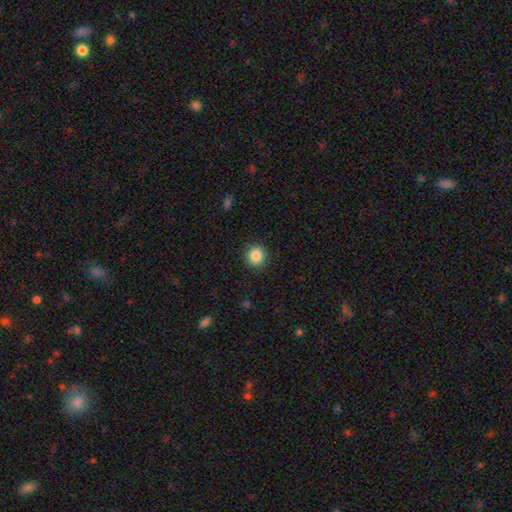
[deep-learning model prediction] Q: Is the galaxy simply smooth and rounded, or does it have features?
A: smooth — 87%.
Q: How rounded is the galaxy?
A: round — 91%.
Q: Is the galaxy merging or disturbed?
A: none — 91%.